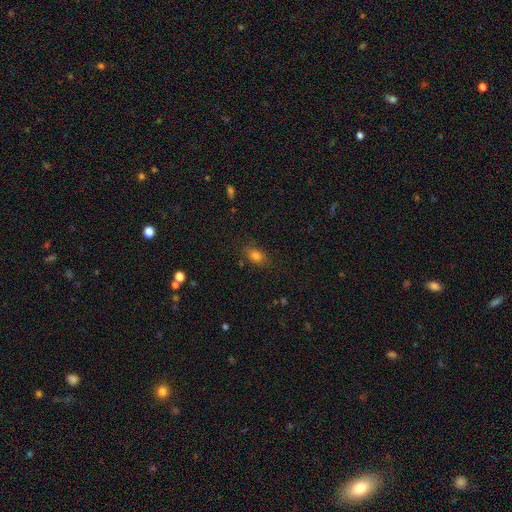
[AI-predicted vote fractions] Morphology: type=smooth (77%); roundness=in between (73%); merging=none (78%).